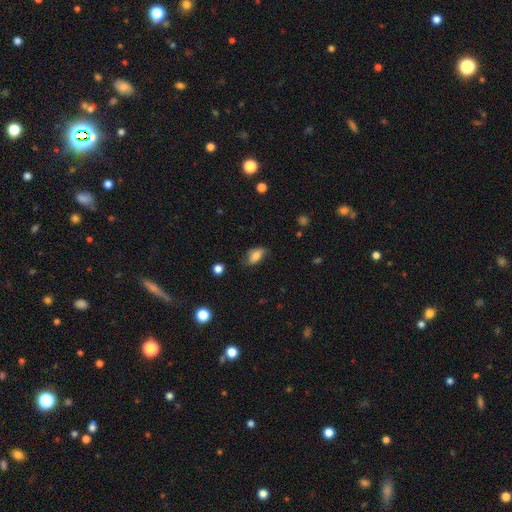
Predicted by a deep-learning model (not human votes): Smooth or featured: smooth — 69% (featured or disk — 22%)
How rounded: in between — 86% (cigar-shaped — 8%)
Merging: none — 64% (minor disturbance — 27%)